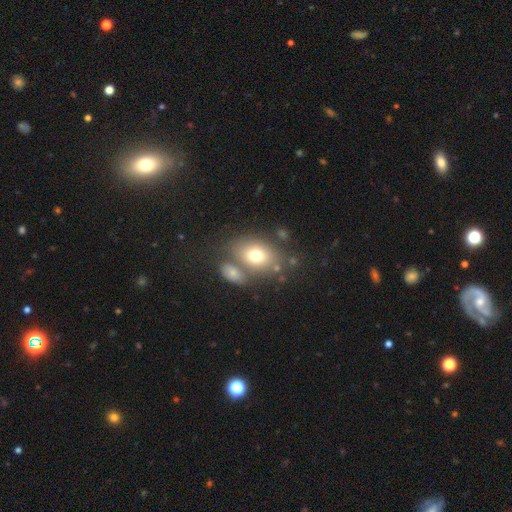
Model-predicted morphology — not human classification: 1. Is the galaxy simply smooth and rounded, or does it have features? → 71% smooth, 19% featured or disk, 10% star or artifact.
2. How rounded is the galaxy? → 73% in between, 26% round, 1% cigar-shaped.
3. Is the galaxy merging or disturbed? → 55% none, 26% merger, 13% minor disturbance, 6% major disturbance.